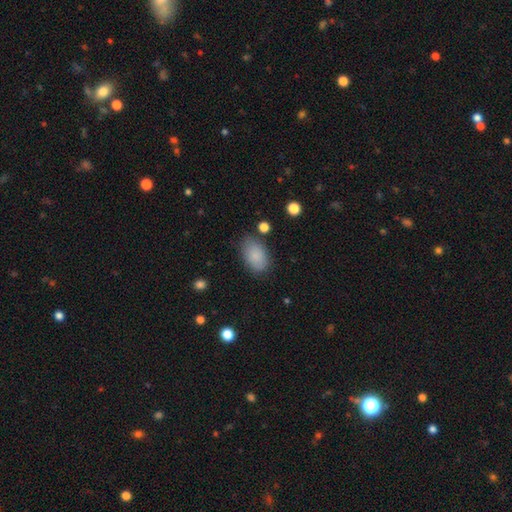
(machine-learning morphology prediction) smooth_or_featured: smooth (p=0.86) [alt: star or artifact p=0.08]
how_rounded: in between (p=0.91) [alt: round p=0.08]
merging: none (p=0.79) [alt: minor disturbance p=0.15]